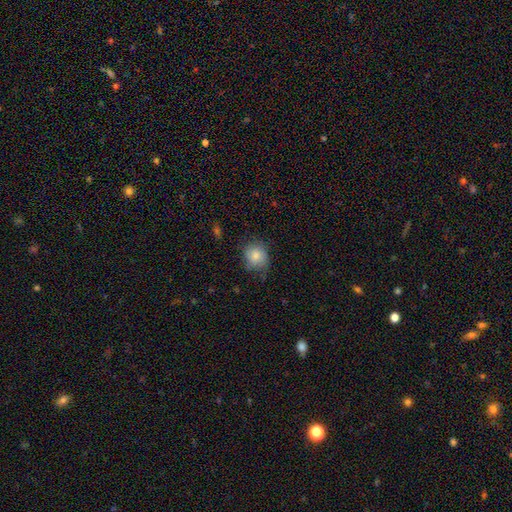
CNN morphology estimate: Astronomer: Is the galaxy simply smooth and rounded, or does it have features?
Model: smooth — 80%.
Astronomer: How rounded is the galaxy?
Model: round — 72%.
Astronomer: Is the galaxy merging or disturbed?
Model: none — 60%.